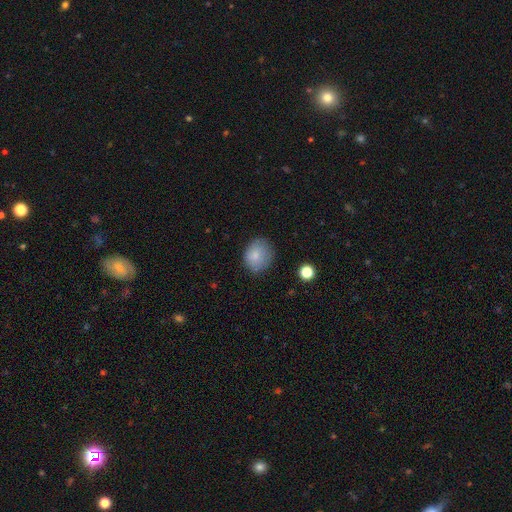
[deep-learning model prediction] smooth-or-featured: smooth: 81% | featured or disk: 10% | star or artifact: 8%
  how-rounded: round: 64% | in between: 35% | cigar-shaped: 1%
  merging: none: 72% | minor disturbance: 21% | major disturbance: 5% | merger: 2%